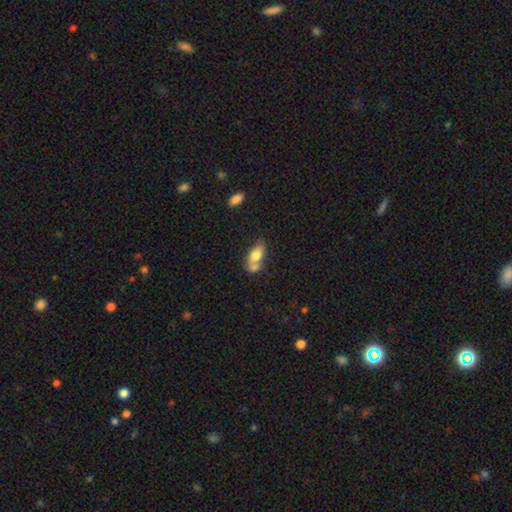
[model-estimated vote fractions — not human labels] Smooth or featured: smooth — 73% (featured or disk — 20%)
How rounded: in between — 86% (round — 7%)
Merging: merger — 48% (none — 33%)